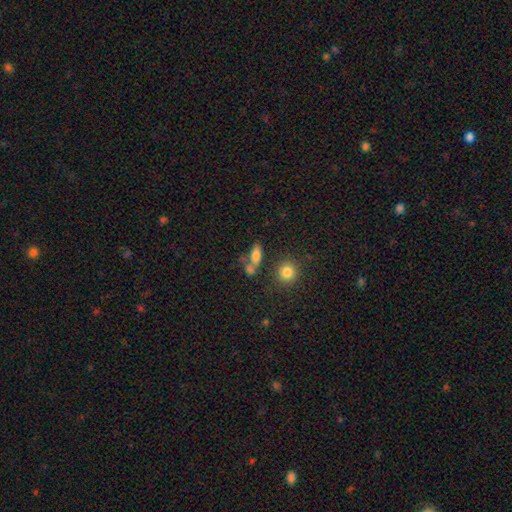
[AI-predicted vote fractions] Smooth or featured: smooth — 73% (featured or disk — 15%)
How rounded: in between — 72% (cigar-shaped — 19%)
Merging: none — 48% (merger — 30%)